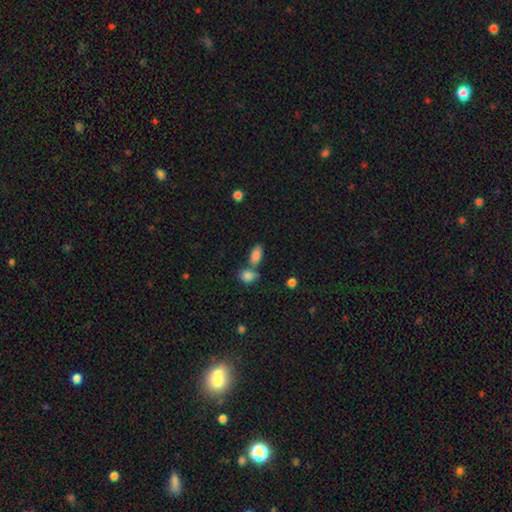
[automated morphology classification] This is clearly a smooth galaxy (86%). How rounded: clearly in between (91%). Merging: possibly none (49%).